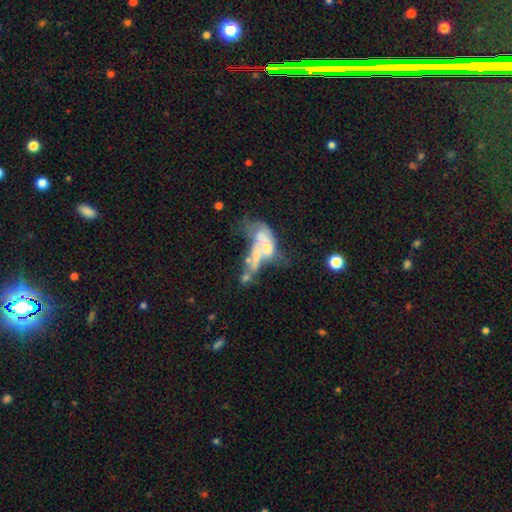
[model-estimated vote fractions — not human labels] Smooth or featured: featured or disk — 58% (smooth — 30%)
Edge-on disk: no — 92% (yes — 8%)
Bar: no — 82% (weak — 12%)
Spiral arms: no — 83% (yes — 17%)
Bulge size: moderate — 33% (none — 32%)
Merging: merger — 55% (major disturbance — 25%)